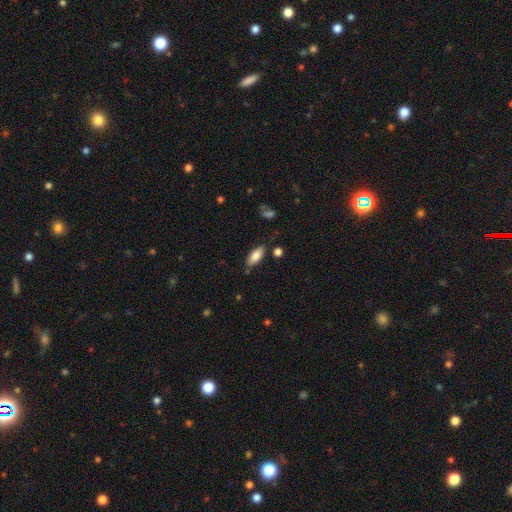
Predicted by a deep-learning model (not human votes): Q: Smooth or featured?
A: smooth (82%); runner-up: featured or disk (11%)
Q: How rounded?
A: in between (81%); runner-up: cigar-shaped (17%)
Q: Merging?
A: none (78%); runner-up: minor disturbance (15%)